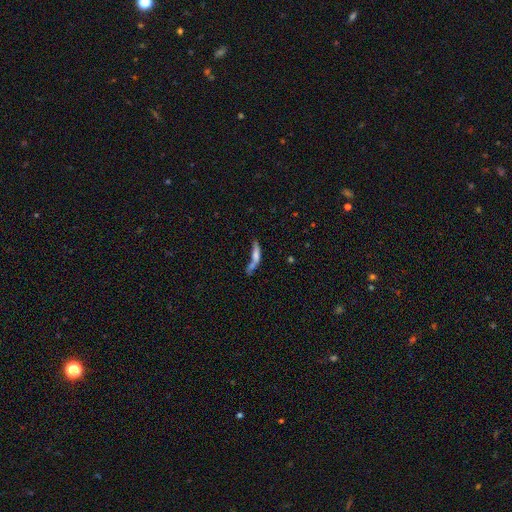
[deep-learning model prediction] Morphology: type=smooth (62%); roundness=cigar-shaped (70%); merging=merger (45%).